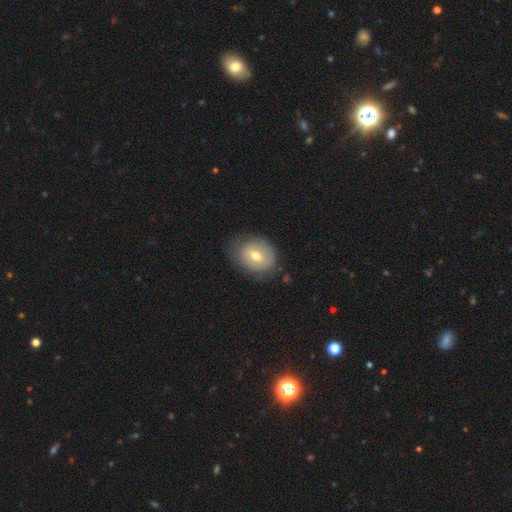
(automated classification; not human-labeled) Smooth or featured: smooth — 63% (featured or disk — 29%)
How rounded: round — 56% (in between — 43%)
Merging: none — 67% (minor disturbance — 24%)